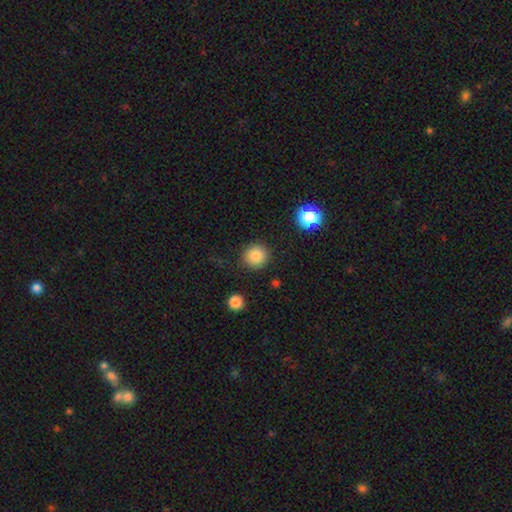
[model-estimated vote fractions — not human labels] smooth-or-featured: smooth: 86% | star or artifact: 10% | featured or disk: 5%
  how-rounded: round: 92% | in between: 7% | cigar-shaped: 1%
  merging: none: 88% | minor disturbance: 7% | major disturbance: 3% | merger: 2%